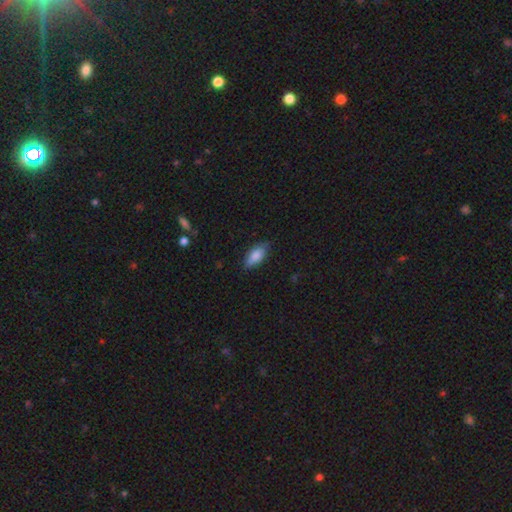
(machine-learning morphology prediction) smooth 82%, featured or disk 12%, star or artifact 7%. Down the decision tree: how rounded — in between (85%); merging — none (75%).